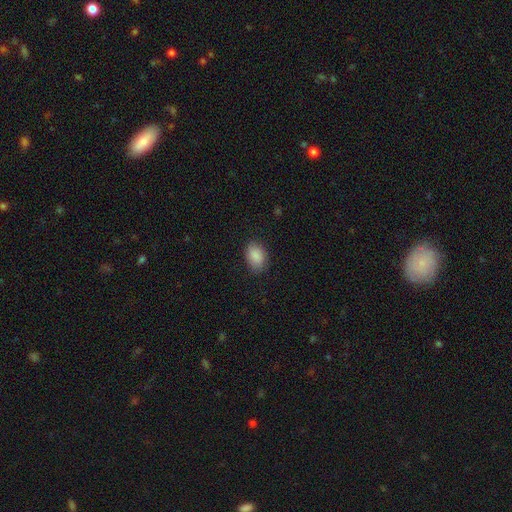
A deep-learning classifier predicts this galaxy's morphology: Overall: smooth (89%). How rounded: in between (82%). Merging: none (82%).